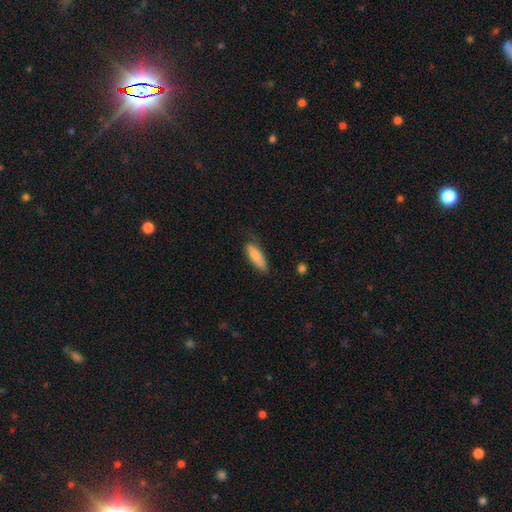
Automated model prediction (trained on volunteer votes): Q: Smooth or featured?
A: smooth (82%); runner-up: featured or disk (12%)
Q: How rounded?
A: in between (52%); runner-up: cigar-shaped (46%)
Q: Merging?
A: none (64%); runner-up: minor disturbance (27%)